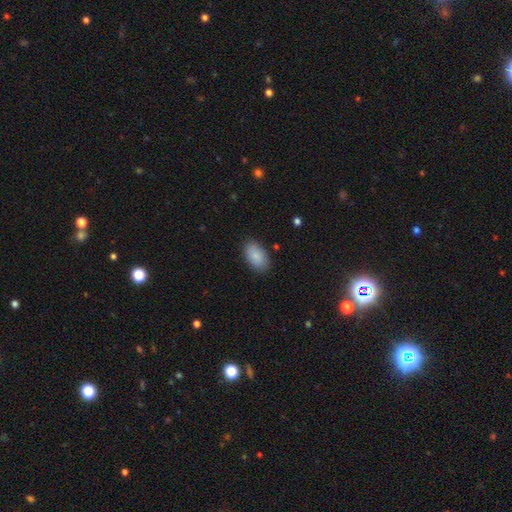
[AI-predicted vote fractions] A smooth galaxy with no disk features (87%) that is in between round and cigar-shaped (93%).

Vote fractions:
- Smooth or featured? smooth: 87% / star or artifact: 6% / featured or disk: 6%
- How rounded? in between: 93% / round: 5% / cigar-shaped: 1%
- Merging? none: 85% / minor disturbance: 11% / major disturbance: 3% / merger: 1%